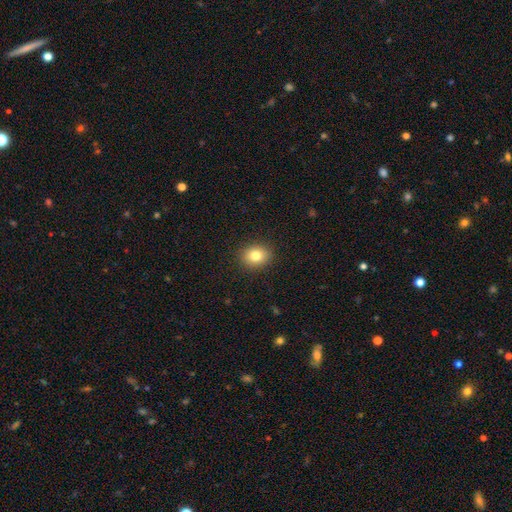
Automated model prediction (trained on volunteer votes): Smooth or featured? smooth (81%)
How rounded? round (57%)
Merging? none (90%)